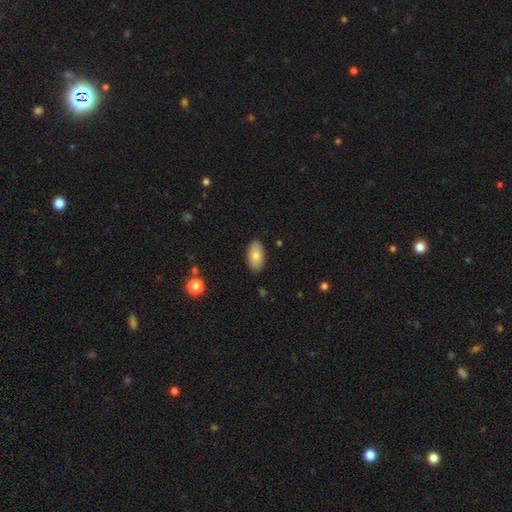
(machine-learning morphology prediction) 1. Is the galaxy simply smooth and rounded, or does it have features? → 78% smooth, 15% featured or disk, 7% star or artifact.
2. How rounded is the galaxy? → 94% in between, 4% round, 3% cigar-shaped.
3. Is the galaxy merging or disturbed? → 87% none, 10% minor disturbance, 2% major disturbance, 1% merger.